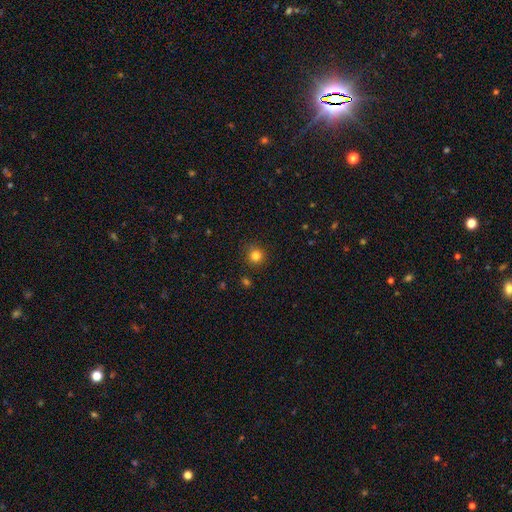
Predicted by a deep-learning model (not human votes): The model was most divided on "smooth or featured": smooth: 82%, star or artifact: 13%, featured or disk: 5%. More confident: how rounded — round (93%); merging — none (89%).